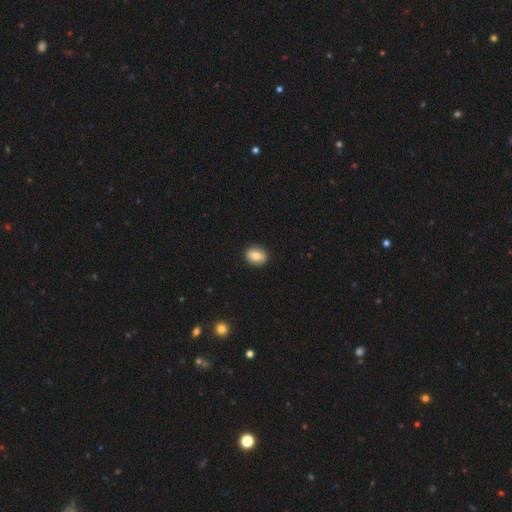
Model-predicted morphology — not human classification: A smooth galaxy with no disk features (77%) that is round (52%).

Vote fractions:
- Smooth or featured? smooth: 77% / featured or disk: 14% / star or artifact: 8%
- How rounded? round: 52% / in between: 47% / cigar-shaped: 2%
- Merging? none: 89% / minor disturbance: 8% / major disturbance: 2% / merger: 1%